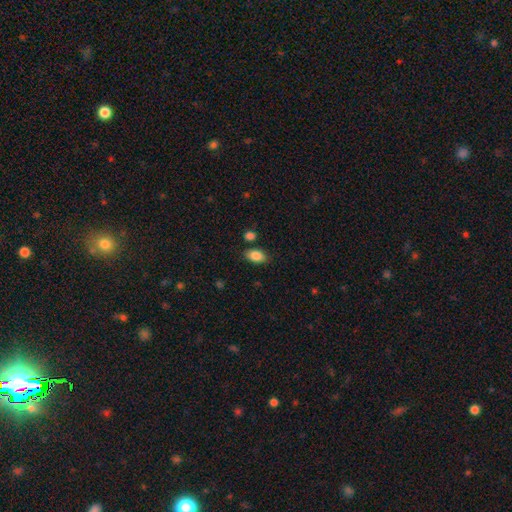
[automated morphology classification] This appears to be a smooth galaxy with no disk features (86%) that is in between round and cigar-shaped (90%). Merging: none (81%).